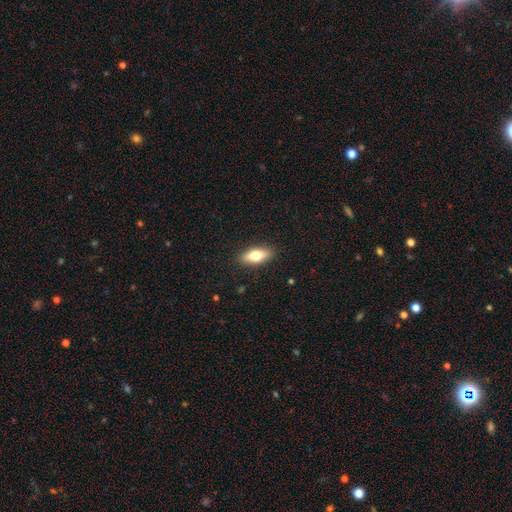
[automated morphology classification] Overall: smooth (68%). How rounded: in between (76%). Merging: none (88%).